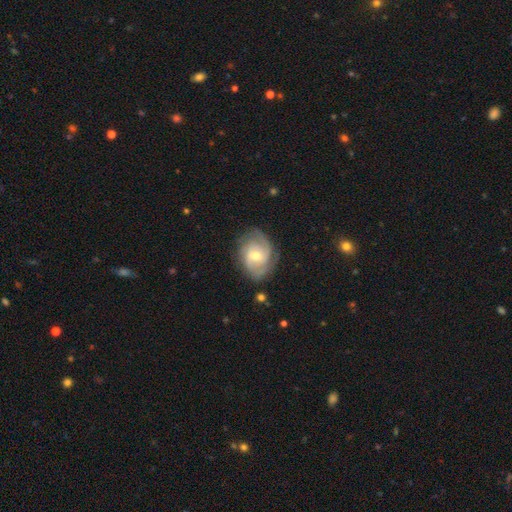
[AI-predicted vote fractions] Smooth or featured: featured or disk — 83% (smooth — 12%)
Edge-on disk: no — 97% (yes — 3%)
Bar: weak — 49% (no — 41%)
Spiral arms: yes — 95% (no — 5%)
Spiral winding: tight — 53% (medium — 37%)
Spiral arm count: 2 — 37% (3 — 27%)
Bulge size: moderate — 63% (small — 32%)
Merging: none — 72% (minor disturbance — 19%)